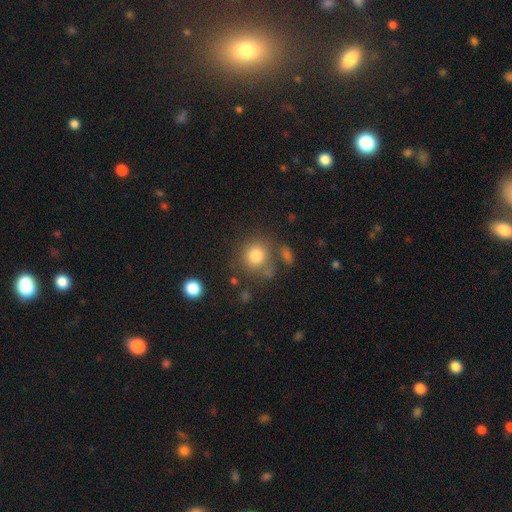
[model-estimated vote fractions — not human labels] Smooth or featured? Predicted: smooth (p=0.79). How rounded? Predicted: round (p=0.86). Merging? Predicted: none (p=0.69).